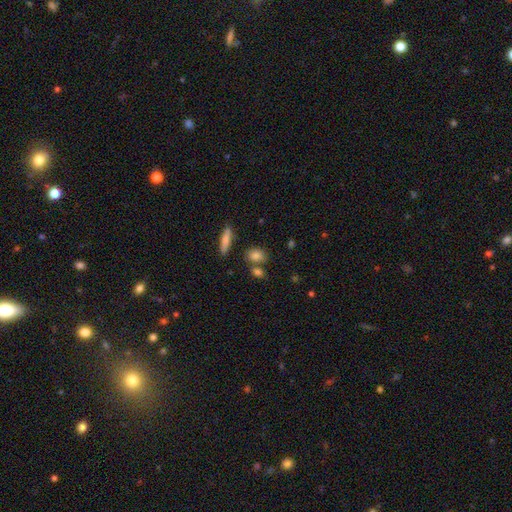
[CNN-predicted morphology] Q: Smooth or featured?
A: smooth (82%); runner-up: star or artifact (10%)
Q: How rounded?
A: in between (60%); runner-up: round (33%)
Q: Merging?
A: none (65%); runner-up: merger (19%)